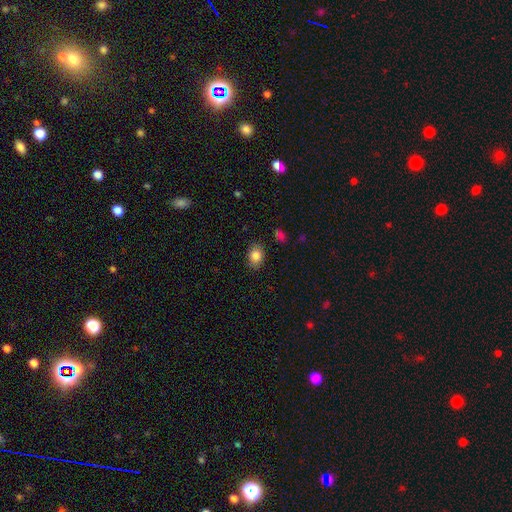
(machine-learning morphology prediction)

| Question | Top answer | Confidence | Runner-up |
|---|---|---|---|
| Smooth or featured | smooth | 84% | star or artifact (9%) |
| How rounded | in between | 71% | round (28%) |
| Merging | none | 85% | minor disturbance (11%) |